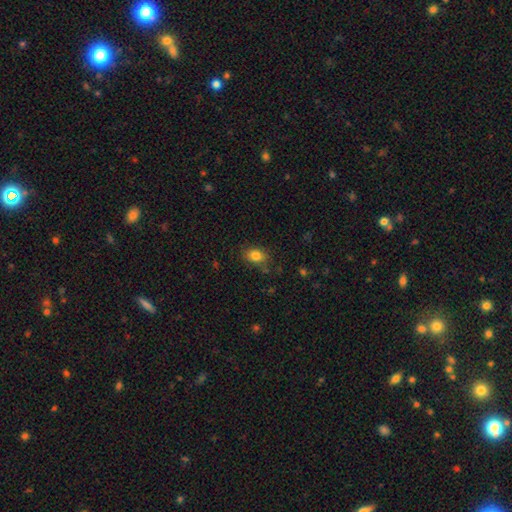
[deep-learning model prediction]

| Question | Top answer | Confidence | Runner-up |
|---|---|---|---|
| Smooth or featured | smooth | 83% | star or artifact (10%) |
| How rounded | in between | 71% | round (28%) |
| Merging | none | 78% | minor disturbance (16%) |